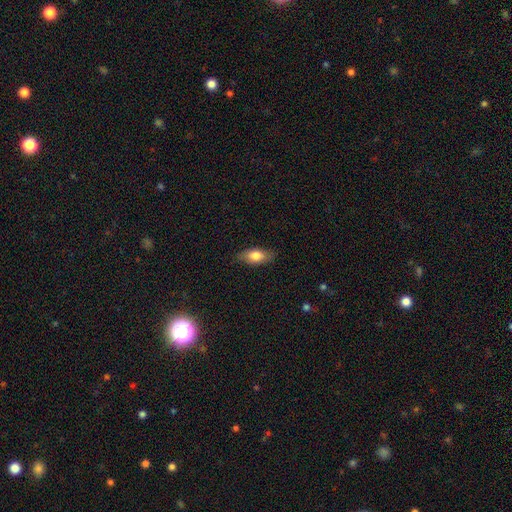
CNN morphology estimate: Smooth or featured? smooth (77%)
How rounded? in between (85%)
Merging? none (82%)